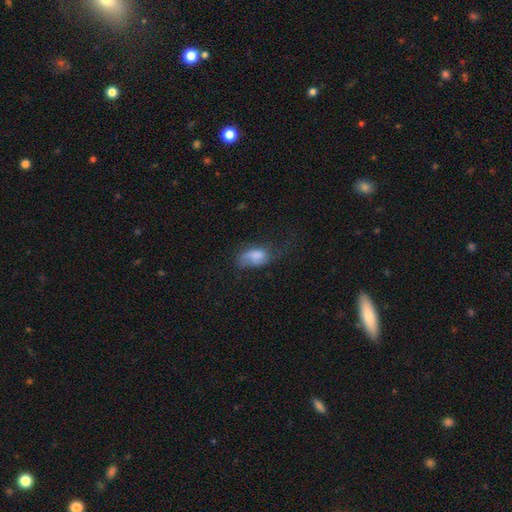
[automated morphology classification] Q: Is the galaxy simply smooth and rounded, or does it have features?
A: smooth — 69%.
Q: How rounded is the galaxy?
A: in between — 89%.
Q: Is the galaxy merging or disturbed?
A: major disturbance — 37%.